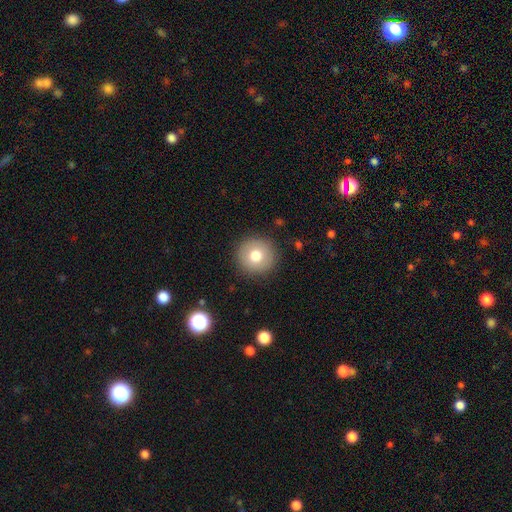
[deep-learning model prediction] smooth 76%, featured or disk 15%, star or artifact 10%. Down the decision tree: how rounded — round (95%); merging — none (91%).